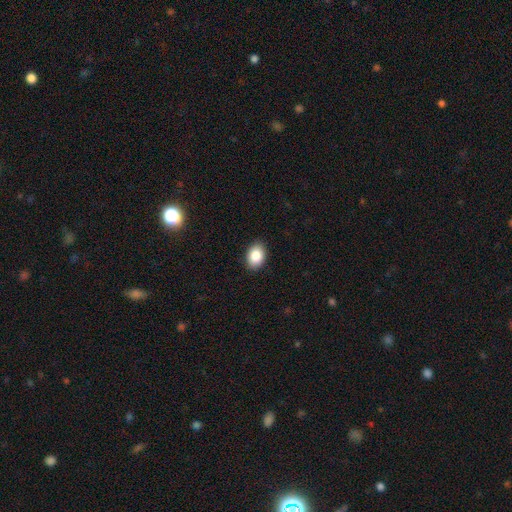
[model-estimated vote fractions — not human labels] Overall: smooth (87%). How rounded: in between (80%). Merging: none (89%).